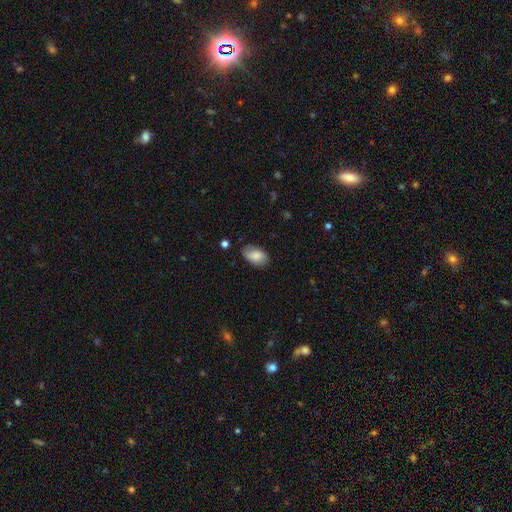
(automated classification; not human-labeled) A smooth galaxy with no disk features (85%) that is in between round and cigar-shaped (92%). Merging: none (78%).